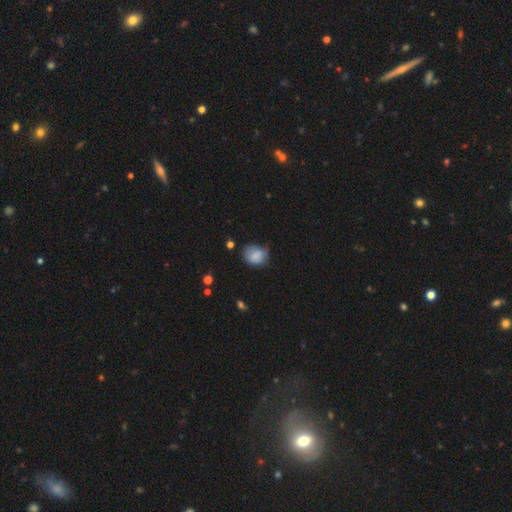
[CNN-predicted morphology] A smooth galaxy with no disk features (81%) that is round (53%). Merging: none (52%).